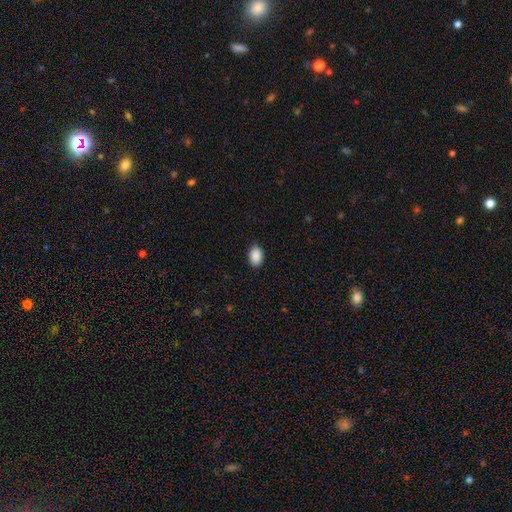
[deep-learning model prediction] This appears to be a smooth galaxy with no disk features (90%) that is in between round and cigar-shaped (88%). Merging: none (89%).